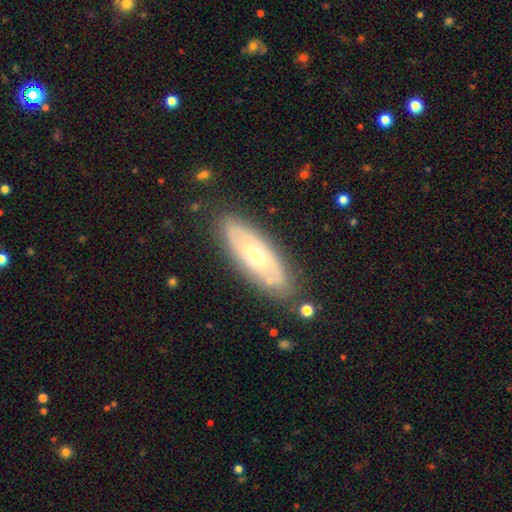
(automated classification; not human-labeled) The model was most divided on "smooth or featured": featured or disk: 53%, smooth: 41%, star or artifact: 6%. More confident: merging — none (81%); edge-on disk — no (72%).